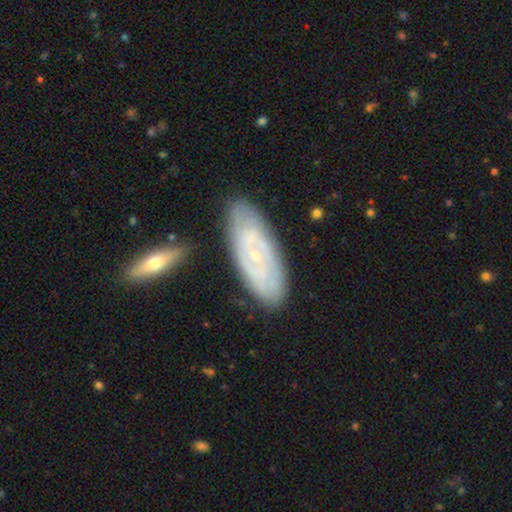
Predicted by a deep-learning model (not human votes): A featured or disk galaxy (72%) with no bar (73%), tight (68%) spiral arms (79%) and a small central bulge (81%). Merging: none (79%).